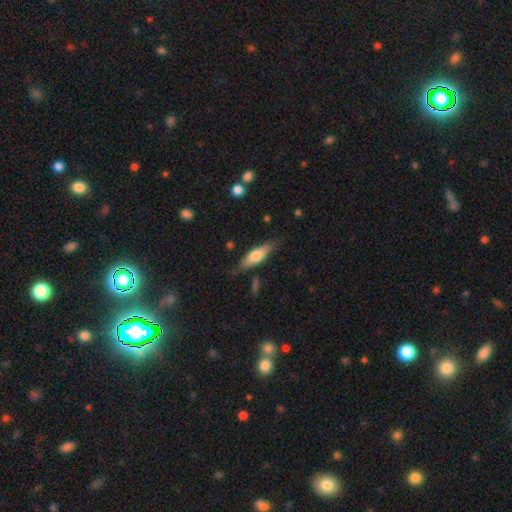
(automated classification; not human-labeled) The model was most divided on "how rounded" (2-way tie): cigar-shaped: 49%, in between: 49%, round: 2%. More confident: merging — none (77%); smooth or featured — smooth (61%).